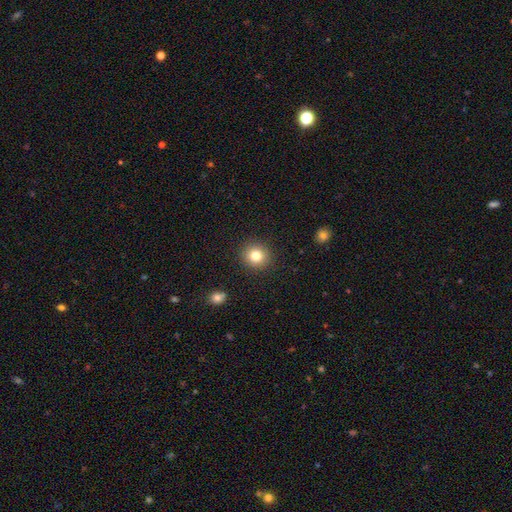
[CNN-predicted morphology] This appears to be a smooth galaxy with no disk features (81%) that is round (89%). Merging: none (90%).